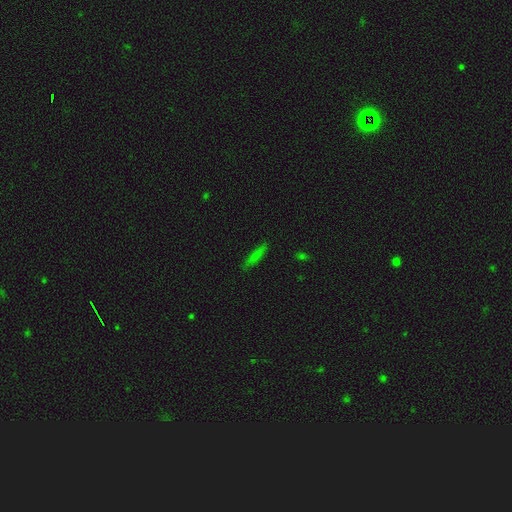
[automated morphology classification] Smooth or featured? Predicted: smooth (p=0.73). How rounded? Predicted: cigar-shaped (p=0.82). Merging? Predicted: none (p=0.84).